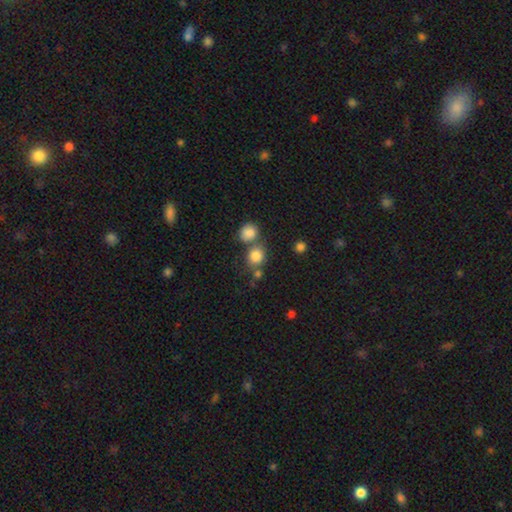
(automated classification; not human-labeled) smooth 82%, star or artifact 11%, featured or disk 7%. Down the decision tree: how rounded — round (80%); merging — none (55%).